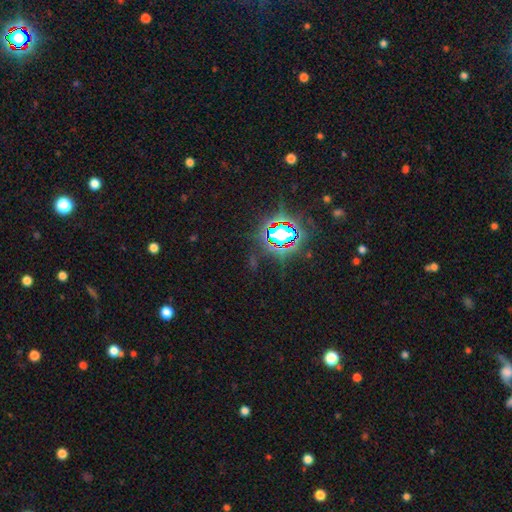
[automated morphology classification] A star or artifact, not a galaxy (83%).

Vote fractions:
- Smooth or featured? star or artifact: 83% / smooth: 10% / featured or disk: 7%